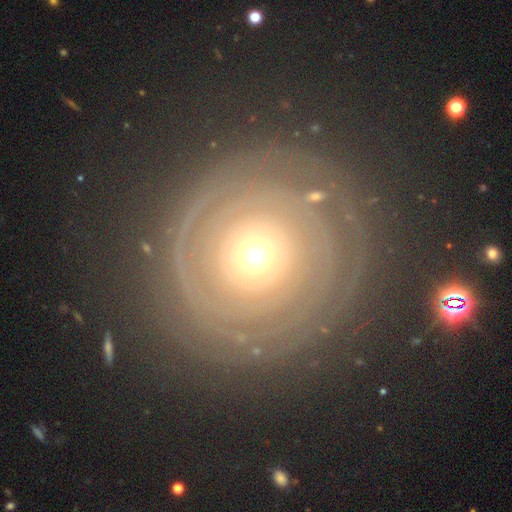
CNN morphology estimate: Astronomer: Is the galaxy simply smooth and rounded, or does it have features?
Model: featured or disk — 77%.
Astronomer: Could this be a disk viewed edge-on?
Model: no — 96%.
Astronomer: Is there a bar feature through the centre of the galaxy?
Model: no — 88%.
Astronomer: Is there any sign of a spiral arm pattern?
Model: yes — 81%.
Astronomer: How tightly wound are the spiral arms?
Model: tight — 85%.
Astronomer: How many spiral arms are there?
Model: can't tell — 36% (runner-up: 2, 24%).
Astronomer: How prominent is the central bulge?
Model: moderate — 53% (runner-up: small, 37%).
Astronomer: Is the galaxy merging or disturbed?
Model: none — 79%.